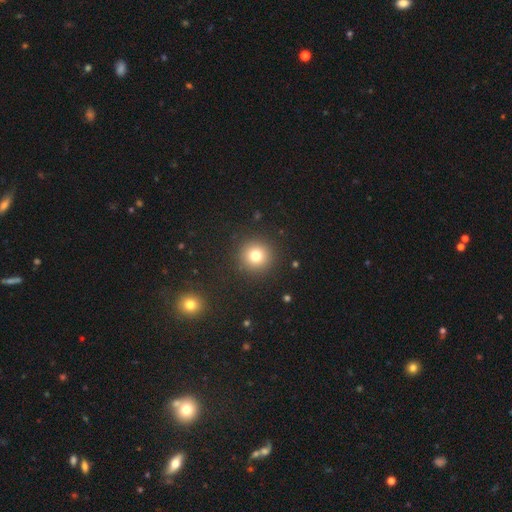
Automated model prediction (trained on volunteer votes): smooth-or-featured: smooth: 77% | star or artifact: 14% | featured or disk: 9%
  how-rounded: round: 95% | in between: 4% | cigar-shaped: 1%
  merging: none: 91% | minor disturbance: 5% | major disturbance: 2% | merger: 1%